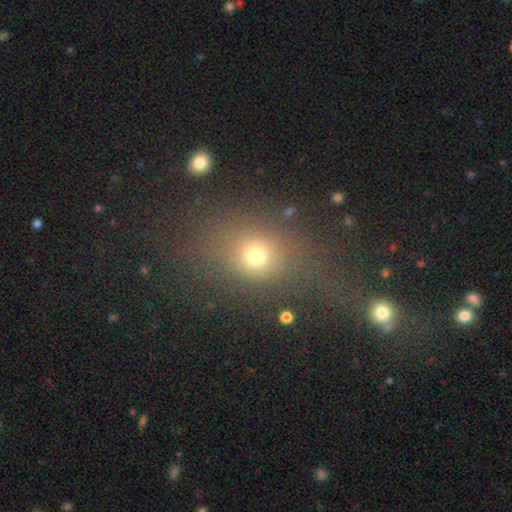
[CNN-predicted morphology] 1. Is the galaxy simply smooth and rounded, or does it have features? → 70% smooth, 20% star or artifact, 10% featured or disk.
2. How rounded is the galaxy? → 51% round, 46% in between, 3% cigar-shaped.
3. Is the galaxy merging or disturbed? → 64% none, 14% minor disturbance, 12% major disturbance, 9% merger.